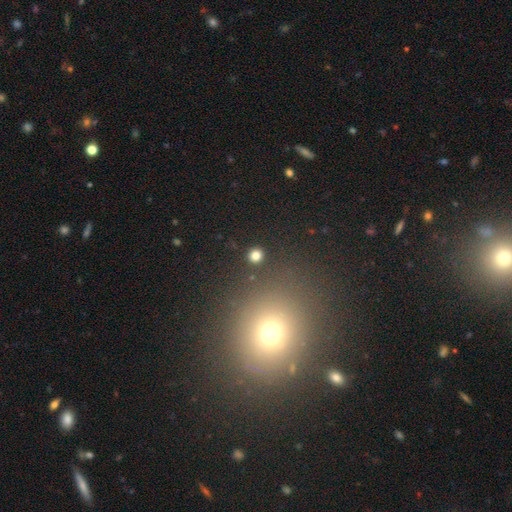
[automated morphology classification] A smooth galaxy with no disk features (80%) that is round (91%). Merging: none (90%).